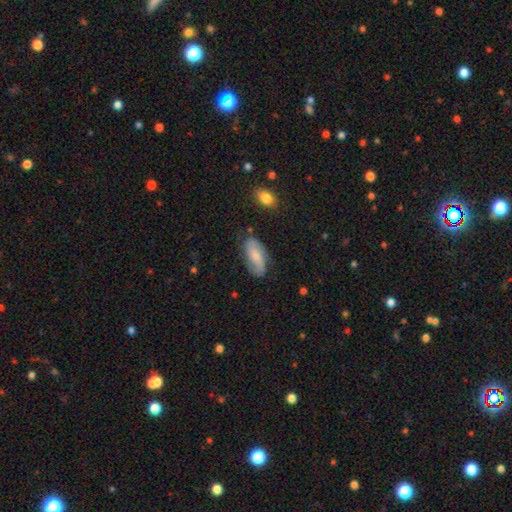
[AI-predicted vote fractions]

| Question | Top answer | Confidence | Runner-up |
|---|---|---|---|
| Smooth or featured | smooth | 54% | featured or disk (39%) |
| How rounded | in between | 86% | cigar-shaped (11%) |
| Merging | none | 71% | minor disturbance (21%) |